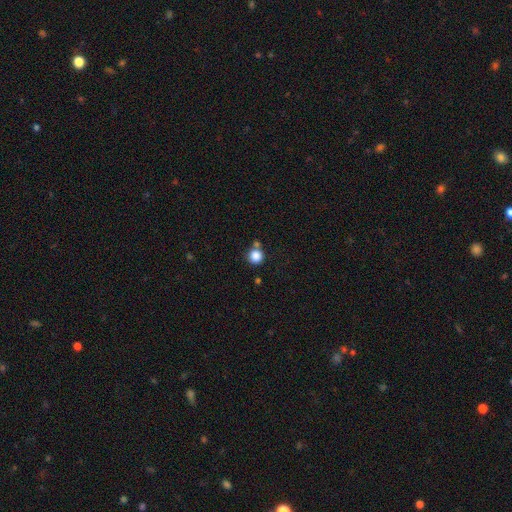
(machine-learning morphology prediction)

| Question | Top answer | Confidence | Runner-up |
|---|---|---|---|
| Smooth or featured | smooth | 85% | star or artifact (11%) |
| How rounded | round | 93% | in between (6%) |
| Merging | none | 67% | merger (18%) |